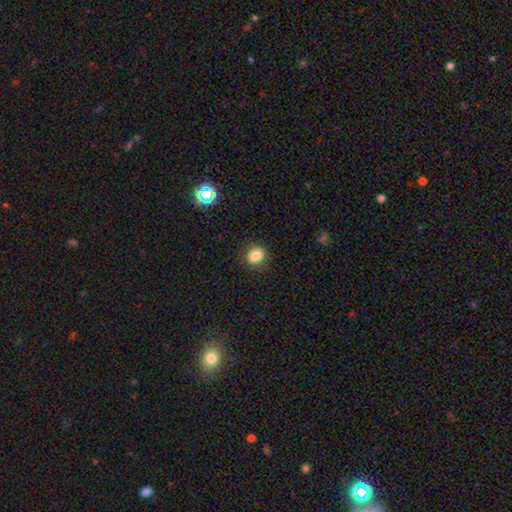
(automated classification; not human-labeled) smooth_or_featured: smooth (p=0.82) [alt: star or artifact p=0.12]
how_rounded: round (p=0.74) [alt: in between p=0.25]
merging: none (p=0.87) [alt: minor disturbance p=0.09]